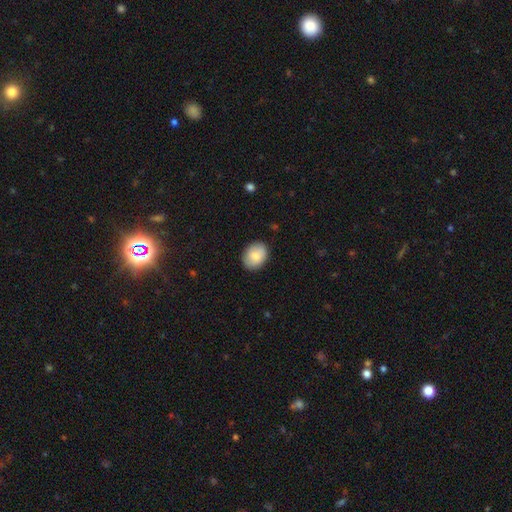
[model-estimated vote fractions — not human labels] A smooth galaxy with no disk features (83%) that is in between round and cigar-shaped (67%). Merging: none (86%).